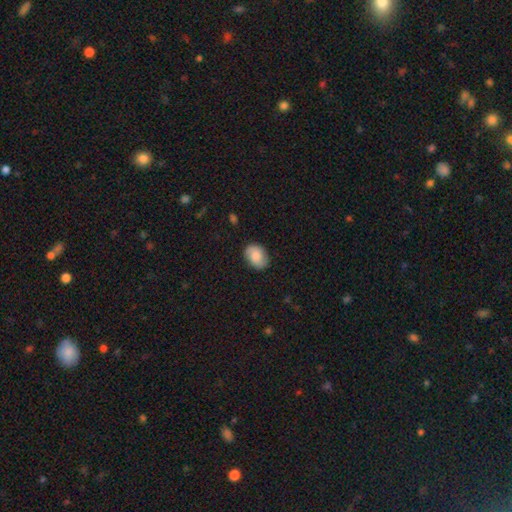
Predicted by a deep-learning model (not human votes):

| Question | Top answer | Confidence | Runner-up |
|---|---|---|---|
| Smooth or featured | smooth | 69% | featured or disk (23%) |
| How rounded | in between | 72% | round (27%) |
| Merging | none | 82% | minor disturbance (13%) |